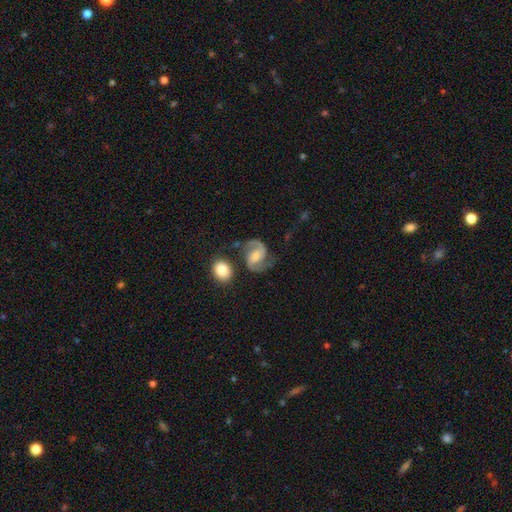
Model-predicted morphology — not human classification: This appears to be a featured or disk galaxy (86%) with a weak bar (43%), 2 (93%) medium (58%) spiral arms (97%) and a moderate central bulge (43%). Merging: none (66%).